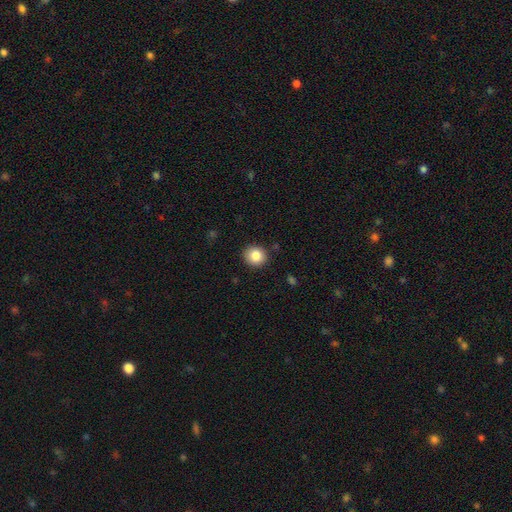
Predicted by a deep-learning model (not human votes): A smooth galaxy with no disk features (84%) that is round (86%). Merging: none (90%).